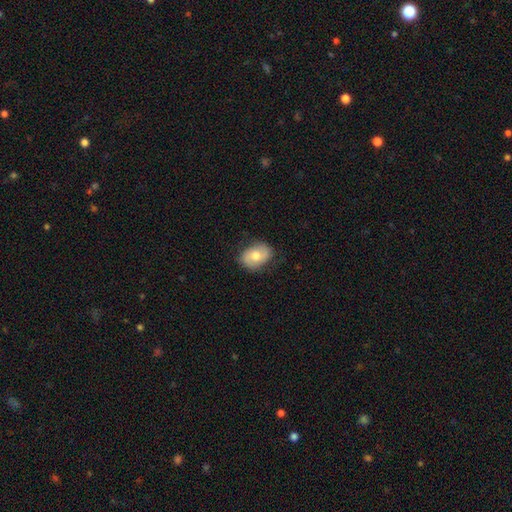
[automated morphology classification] A smooth galaxy with no disk features (62%) that is in between round and cigar-shaped (65%).

Vote fractions:
- Smooth or featured? smooth: 62% / featured or disk: 31% / star or artifact: 7%
- How rounded? in between: 65% / round: 34% / cigar-shaped: 1%
- Merging? none: 78% / minor disturbance: 17% / major disturbance: 4% / merger: 1%